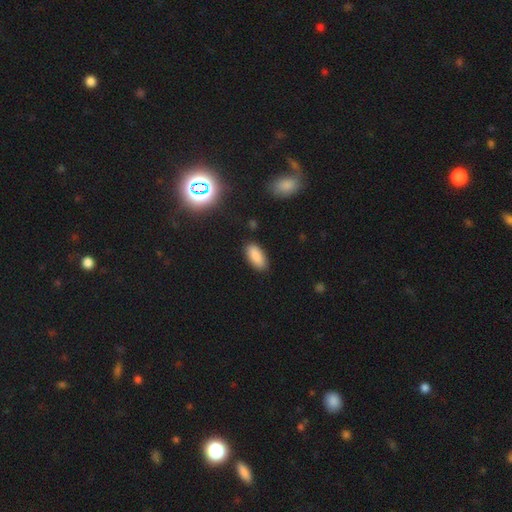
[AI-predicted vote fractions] This is clearly a smooth galaxy (87%). How rounded: clearly in between (89%). Merging: clearly none (85%).